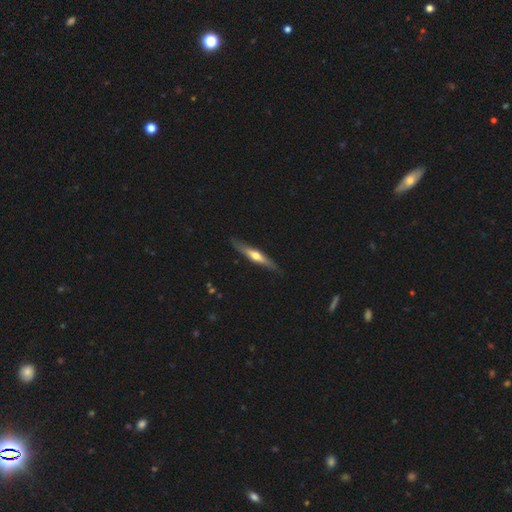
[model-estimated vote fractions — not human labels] Smooth or featured? featured or disk (59%)
Edge-on disk? yes (92%)
Edge-on bulge? rounded (87%)
Merging? none (85%)